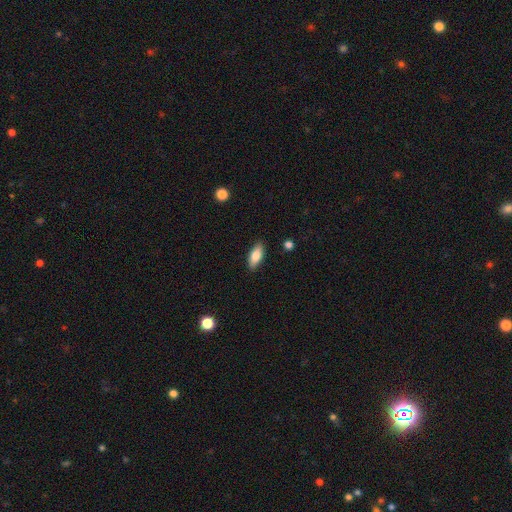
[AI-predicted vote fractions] A smooth galaxy with no disk features (82%) that is in between round and cigar-shaped (82%). Merging: none (88%).